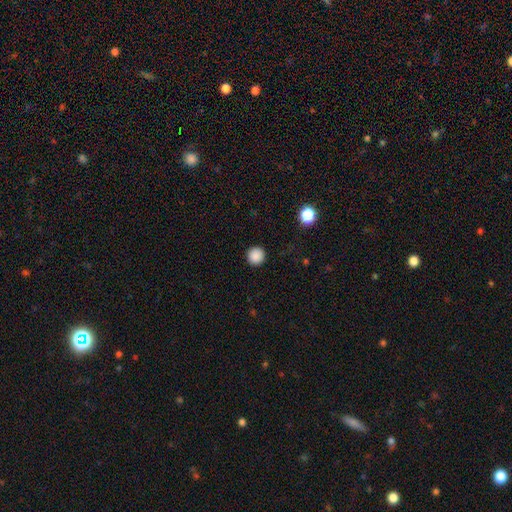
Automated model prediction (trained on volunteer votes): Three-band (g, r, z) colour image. It shows a smooth galaxy with no disk features (88%) that is round (96%). Merging: none (93%).